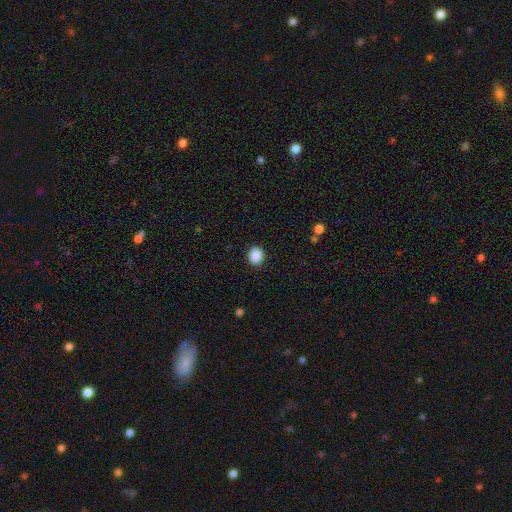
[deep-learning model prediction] Smooth or featured: smooth — 88% (star or artifact — 8%)
How rounded: round — 67% (in between — 32%)
Merging: none — 90% (minor disturbance — 7%)